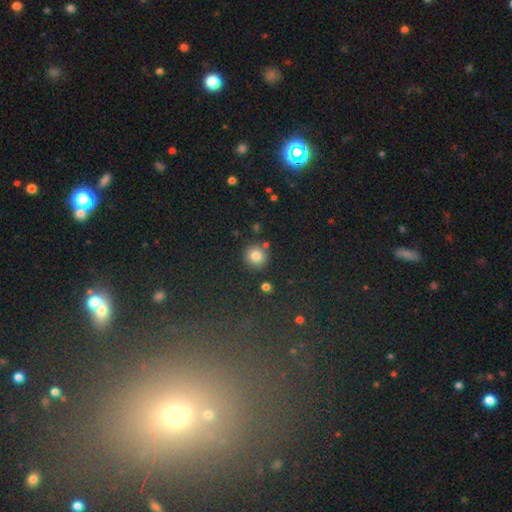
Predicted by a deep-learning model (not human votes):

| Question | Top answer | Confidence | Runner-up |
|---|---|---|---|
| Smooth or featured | smooth | 81% | star or artifact (12%) |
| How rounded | round | 92% | in between (7%) |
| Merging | none | 84% | minor disturbance (8%) |